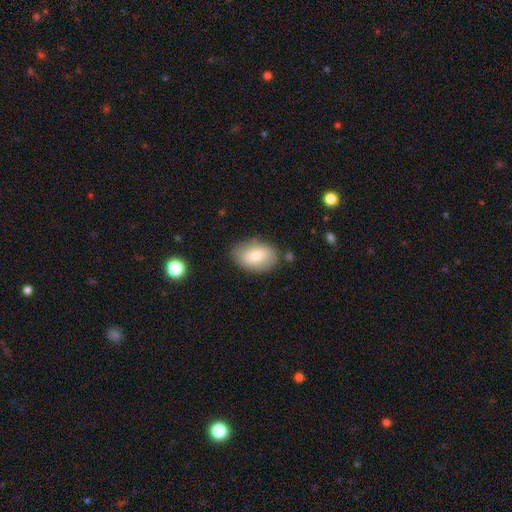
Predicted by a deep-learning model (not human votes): smooth 71%, featured or disk 22%, star or artifact 7%. Down the decision tree: how rounded — in between (84%); merging — none (79%).